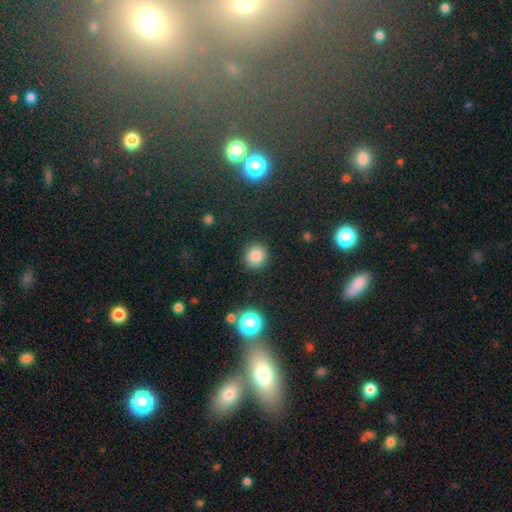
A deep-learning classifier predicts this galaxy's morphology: This appears to be a smooth galaxy with no disk features (82%) that is round (91%). Merging: none (90%).